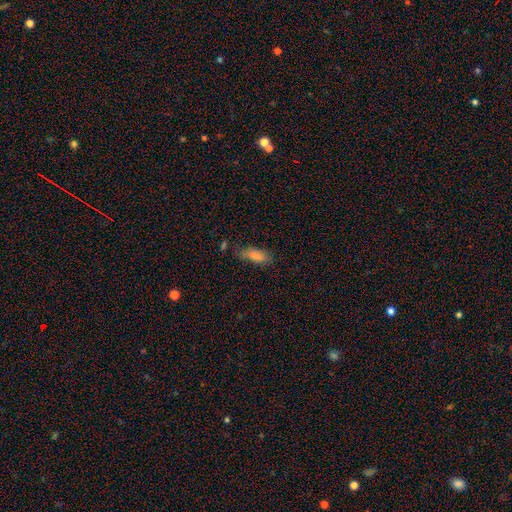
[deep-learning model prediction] Morphology: type=smooth (82%); roundness=in between (77%); merging=none (64%).